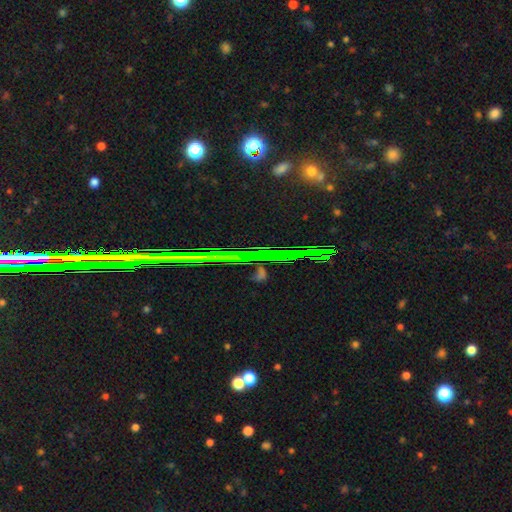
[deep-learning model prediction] Smooth or featured: star or artifact — 75% (featured or disk — 14%)